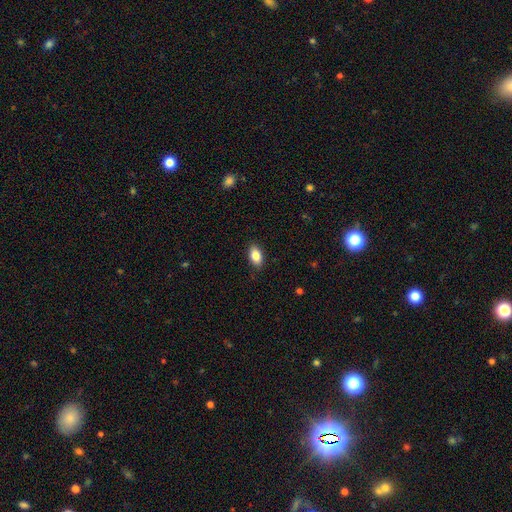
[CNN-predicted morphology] Smooth or featured?
  - smooth: 85% *
  - star or artifact: 8%
  - featured or disk: 7%
How rounded?
  - in between: 91% *
  - round: 6%
  - cigar-shaped: 3%
Merging?
  - none: 87% *
  - minor disturbance: 10%
  - major disturbance: 2%
  - merger: 1%